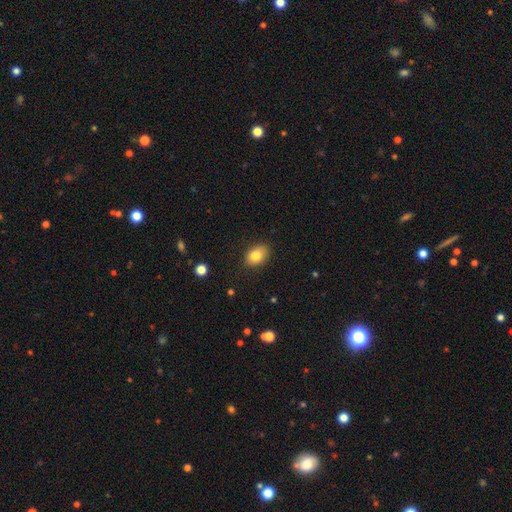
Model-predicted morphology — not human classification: Smooth or featured? smooth (82%)
How rounded? in between (80%)
Merging? none (85%)